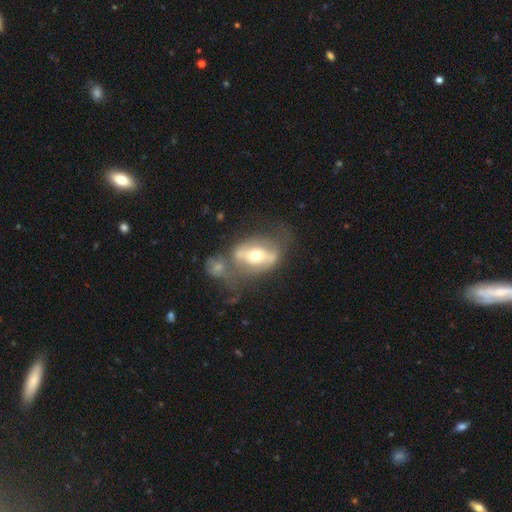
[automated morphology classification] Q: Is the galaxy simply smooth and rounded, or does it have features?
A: featured or disk — 67%.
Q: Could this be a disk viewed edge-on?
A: no — 87%.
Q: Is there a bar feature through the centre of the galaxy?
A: strong — 49%.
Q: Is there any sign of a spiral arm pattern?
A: no — 60%.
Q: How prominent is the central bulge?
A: moderate — 70%.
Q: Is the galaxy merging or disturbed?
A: none — 36%.